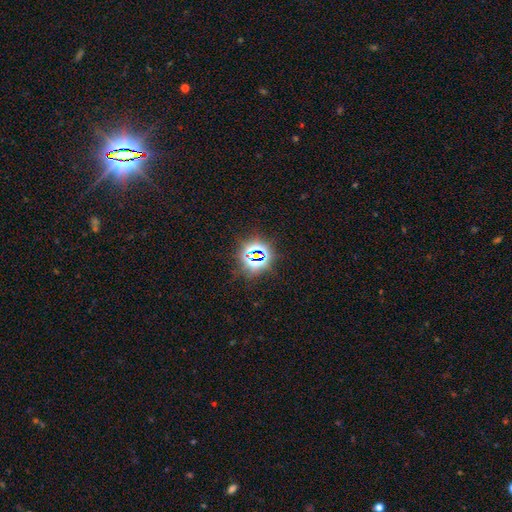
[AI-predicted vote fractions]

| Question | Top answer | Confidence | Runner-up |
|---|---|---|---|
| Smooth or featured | star or artifact | 76% | smooth (16%) |